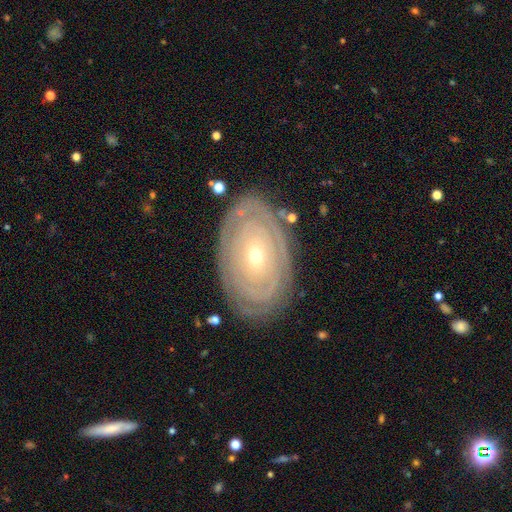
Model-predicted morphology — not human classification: Smooth or featured? featured or disk (79%)
Edge-on disk? no (94%)
Bar? no (82%)
Spiral arms? yes (74%)
Spiral winding? tight (88%)
Spiral arm count? can't tell (56%)
Bulge size? small (69%)
Merging? none (82%)